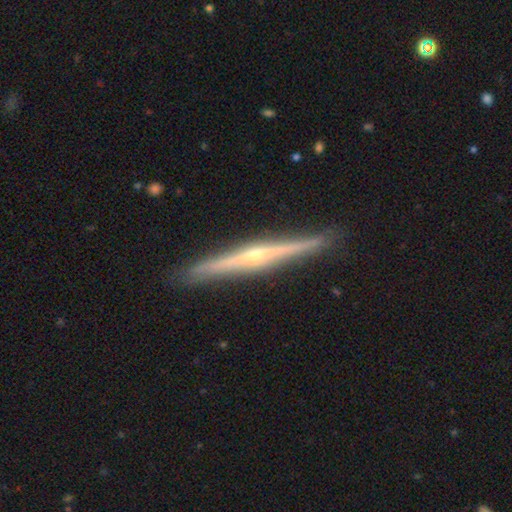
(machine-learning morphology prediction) Smooth or featured?
  - featured or disk: 82% *
  - smooth: 13%
  - star or artifact: 5%
Edge-on disk?
  - yes: 98% *
  - no: 2%
Edge-on bulge?
  - rounded: 74% *
  - none: 21%
  - boxy: 5%
Merging?
  - none: 91% *
  - minor disturbance: 6%
  - major disturbance: 1%
  - merger: 1%